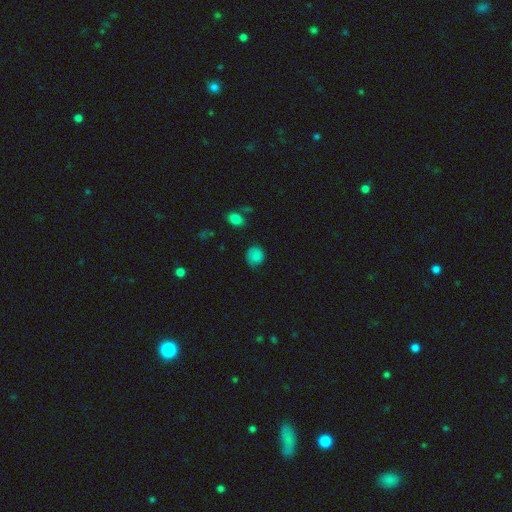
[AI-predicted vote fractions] Morphology: type=smooth (82%); roundness=round (76%); merging=none (68%).